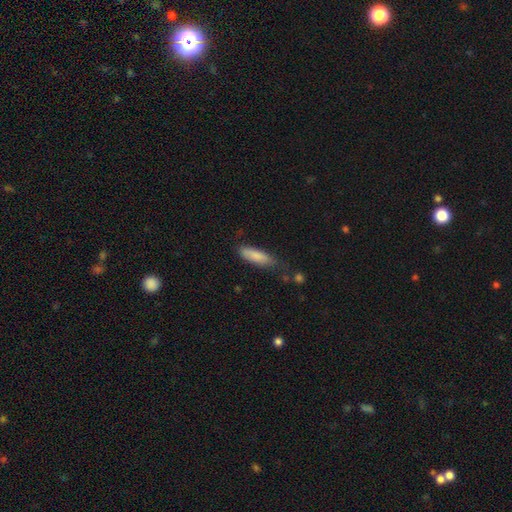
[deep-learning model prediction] smooth_or_featured: smooth (p=0.84) [alt: featured or disk p=0.10]
how_rounded: cigar-shaped (p=0.58) [alt: in between p=0.40]
merging: none (p=0.66) [alt: minor disturbance p=0.25]